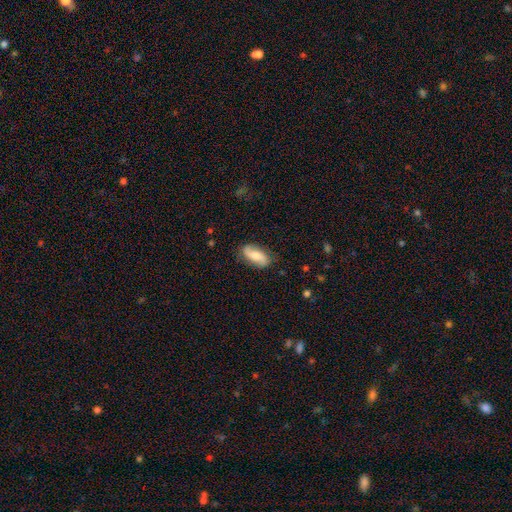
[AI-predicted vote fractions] smooth-or-featured: smooth: 50% | featured or disk: 43% | star or artifact: 7%
  how-rounded: in between: 87% | cigar-shaped: 10% | round: 4%
  merging: none: 77% | minor disturbance: 17% | major disturbance: 4% | merger: 1%